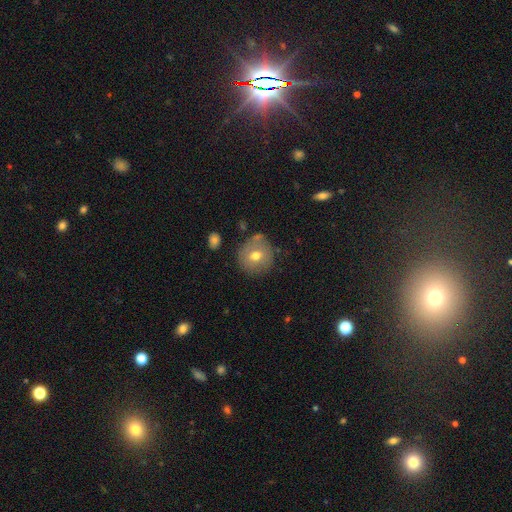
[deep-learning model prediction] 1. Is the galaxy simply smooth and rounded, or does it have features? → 68% smooth, 22% featured or disk, 10% star or artifact.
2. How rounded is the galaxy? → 90% round, 9% in between, 1% cigar-shaped.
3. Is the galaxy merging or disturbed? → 76% none, 15% minor disturbance, 5% merger, 4% major disturbance.